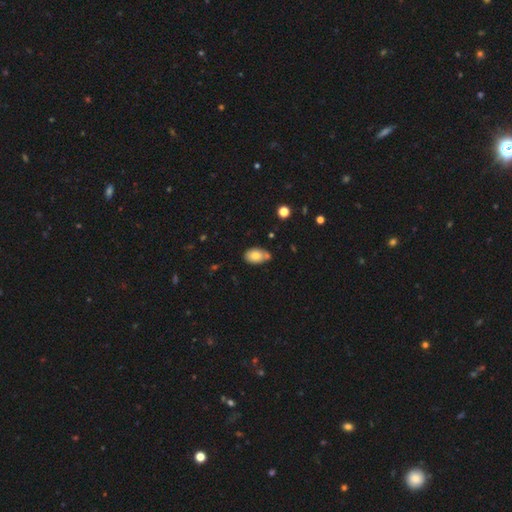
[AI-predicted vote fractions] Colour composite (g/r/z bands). It shows a smooth galaxy with no disk features (78%) that is in between round and cigar-shaped (87%). Merging: none (59%).